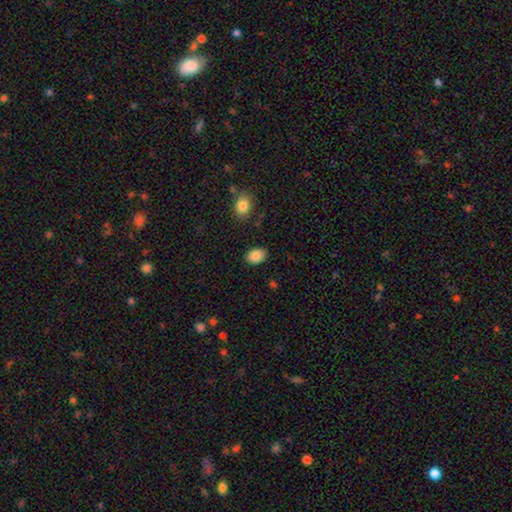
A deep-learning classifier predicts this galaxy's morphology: Q: Smooth or featured?
A: smooth (87%); runner-up: star or artifact (8%)
Q: How rounded?
A: in between (79%); runner-up: round (20%)
Q: Merging?
A: none (86%); runner-up: minor disturbance (10%)